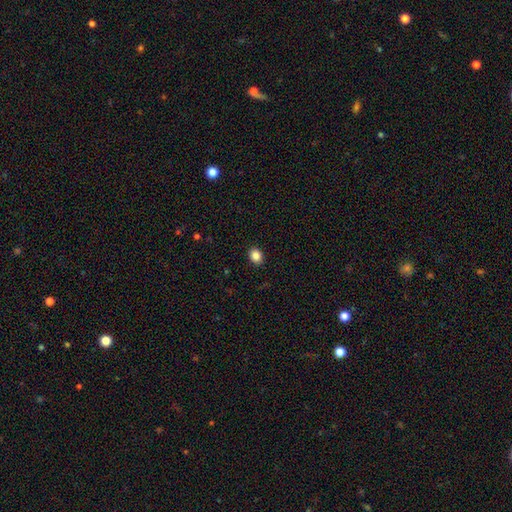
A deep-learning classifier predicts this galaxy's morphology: smooth-or-featured: smooth: 86% | star or artifact: 10% | featured or disk: 4%
  how-rounded: round: 50% | in between: 49% | cigar-shaped: 1%
  merging: none: 91% | minor disturbance: 6% | major disturbance: 2% | merger: 1%